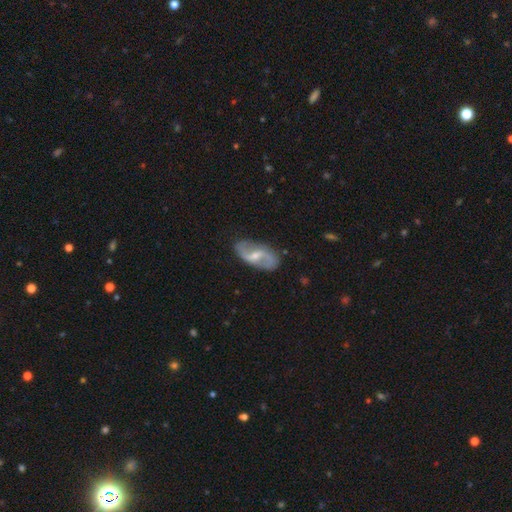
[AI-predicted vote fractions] Smooth or featured?
  - featured or disk: 83% *
  - smooth: 12%
  - star or artifact: 5%
Edge-on disk?
  - no: 96% *
  - yes: 4%
Bar?
  - weak: 54% *
  - no: 24%
  - strong: 22%
Spiral arms?
  - yes: 94% *
  - no: 6%
Spiral winding?
  - loose: 60% *
  - medium: 31%
  - tight: 8%
Spiral arm count?
  - 2: 92% *
  - can't tell: 3%
  - 1: 2%
  - 3: 1%
  - 4: 1%
  - more than 4: 1%
Bulge size?
  - small: 57% *
  - moderate: 36%
  - none: 4%
  - large: 2%
  - dominant: 1%
Merging?
  - none: 83% *
  - minor disturbance: 13%
  - major disturbance: 3%
  - merger: 1%